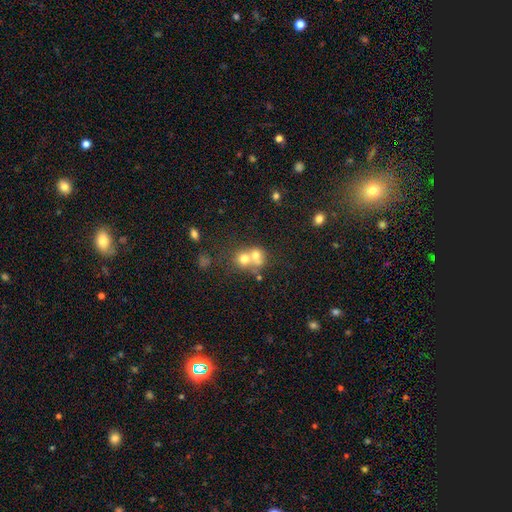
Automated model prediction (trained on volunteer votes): Smooth or featured? Predicted: smooth (p=0.66). How rounded? Predicted: round (p=0.73). Merging? Predicted: merger (p=0.64).